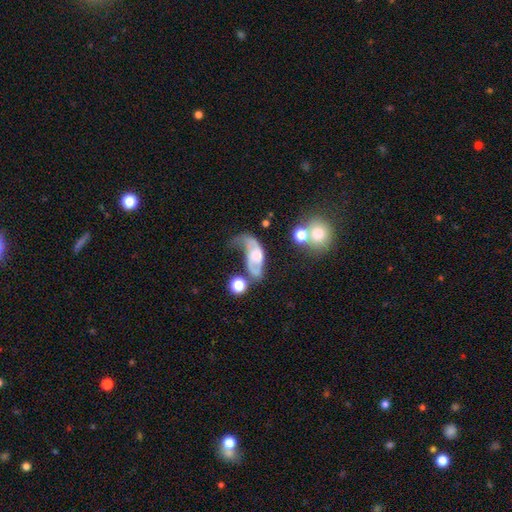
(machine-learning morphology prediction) A featured or disk galaxy (69%) with no bar (62%), 2 (71%) loose (60%) spiral arms (85%) and a moderate central bulge (45%).

Vote fractions:
- Smooth or featured? featured or disk: 69% / smooth: 23% / star or artifact: 8%
- Edge-on disk? no: 92% / yes: 8%
- Bar? no: 62% / weak: 30% / strong: 8%
- Spiral arms? yes: 85% / no: 15%
- Spiral winding? loose: 60% / medium: 29% / tight: 10%
- Spiral arm count? 2: 71% / 1: 18% / can't tell: 8% / 3: 1% / 4: 1% / more than 4: 1%
- Bulge size? moderate: 45% / small: 24% / large: 18% / none: 10% / dominant: 3%
- Merging? major disturbance: 39% / none: 23% / minor disturbance: 21% / merger: 18%